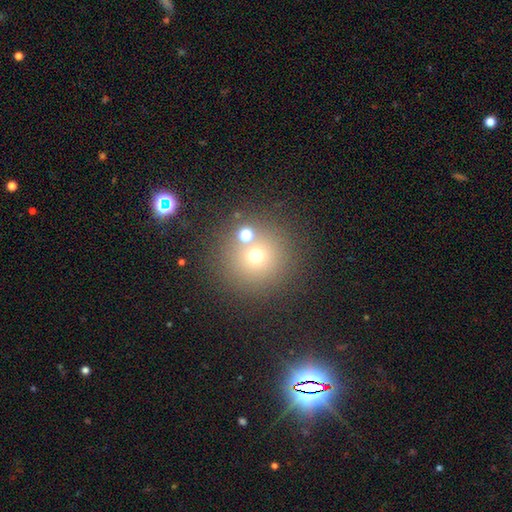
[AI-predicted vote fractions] smooth 65%, star or artifact 22%, featured or disk 13%. Down the decision tree: how rounded — round (95%); merging — none (74%).